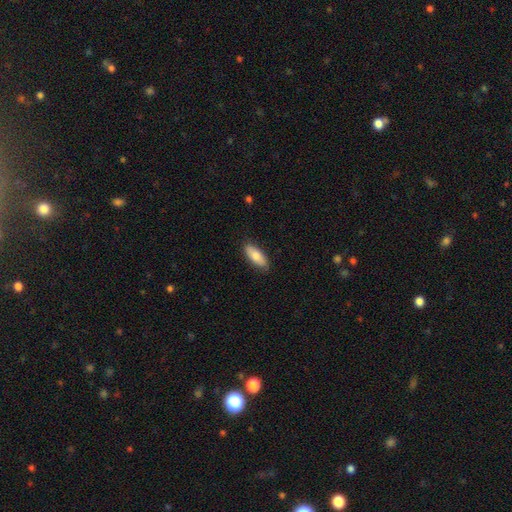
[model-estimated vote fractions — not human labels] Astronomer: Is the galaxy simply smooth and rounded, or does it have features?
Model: smooth — 78%.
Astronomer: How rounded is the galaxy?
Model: in between — 78%.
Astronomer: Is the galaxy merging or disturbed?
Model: none — 86%.